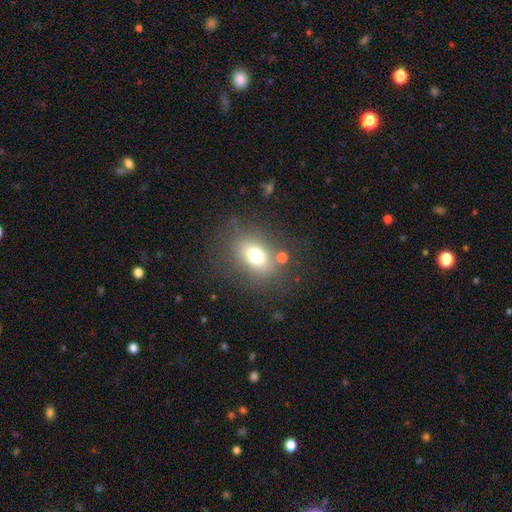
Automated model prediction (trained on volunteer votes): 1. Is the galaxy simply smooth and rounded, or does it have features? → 72% smooth, 14% featured or disk, 14% star or artifact.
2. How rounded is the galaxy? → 64% in between, 35% round, 2% cigar-shaped.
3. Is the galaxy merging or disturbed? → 74% none, 12% minor disturbance, 7% major disturbance, 7% merger.